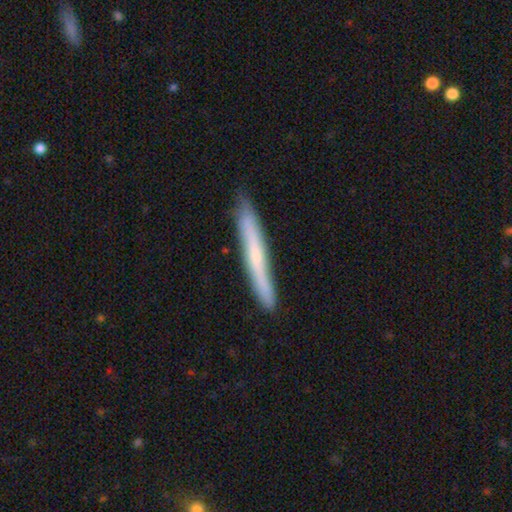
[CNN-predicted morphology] smooth_or_featured: smooth (p=0.48) [alt: featured or disk p=0.46]
merging: none (p=0.86) [alt: minor disturbance p=0.11]